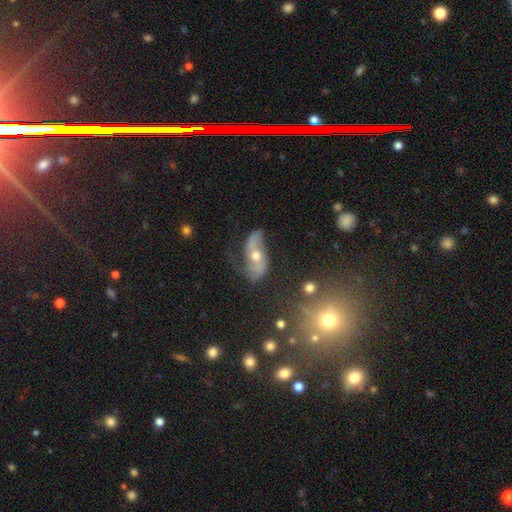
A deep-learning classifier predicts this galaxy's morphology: Overall: featured or disk (77%). Edge-on disk: no (93%). Bar: no (57%; weak 29%). Spiral arms: yes (90%). Spiral arm count: 2 (87%). Spiral winding: loose (64%; medium 26%). Bulge size: moderate (68%). Merging: none (56%; minor disturbance 22%).